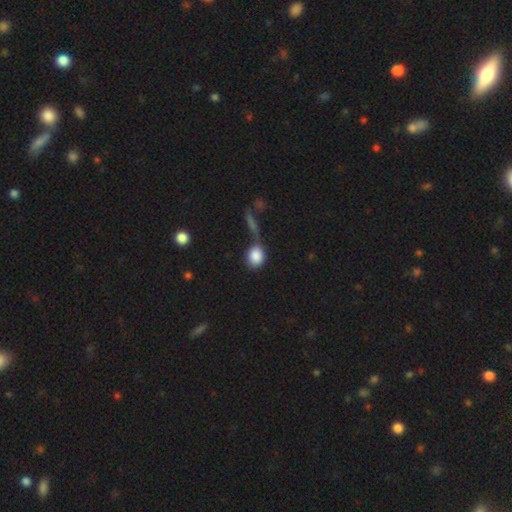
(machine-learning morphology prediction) Overall: smooth (86%). How rounded: round (60%; in between 37%). Merging: none (48%; merger 26%).